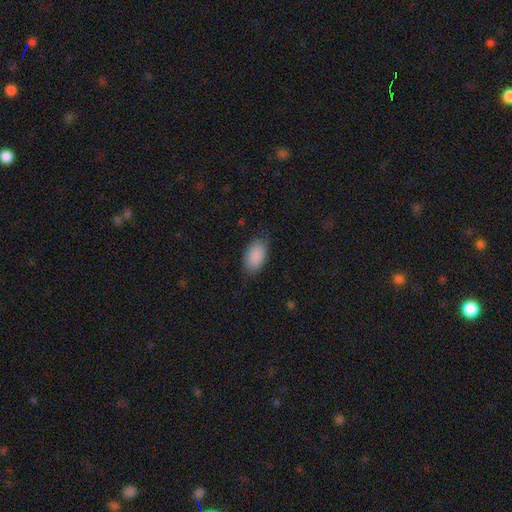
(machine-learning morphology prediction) smooth 90%, star or artifact 7%, featured or disk 4%. Down the decision tree: how rounded — in between (94%); merging — none (82%).